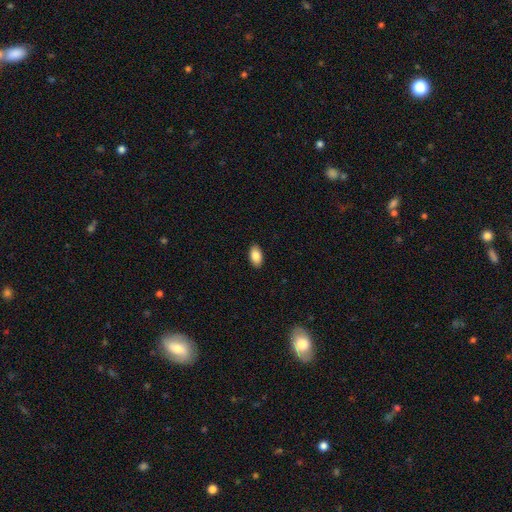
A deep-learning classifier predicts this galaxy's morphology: type=smooth (85%); roundness=in between (93%); merging=none (90%).